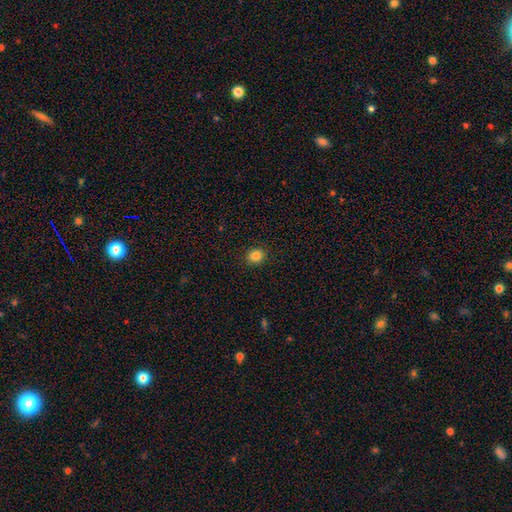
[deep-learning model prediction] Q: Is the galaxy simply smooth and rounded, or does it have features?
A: smooth — 84%.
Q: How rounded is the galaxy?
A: round — 78%.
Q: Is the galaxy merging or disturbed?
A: none — 91%.